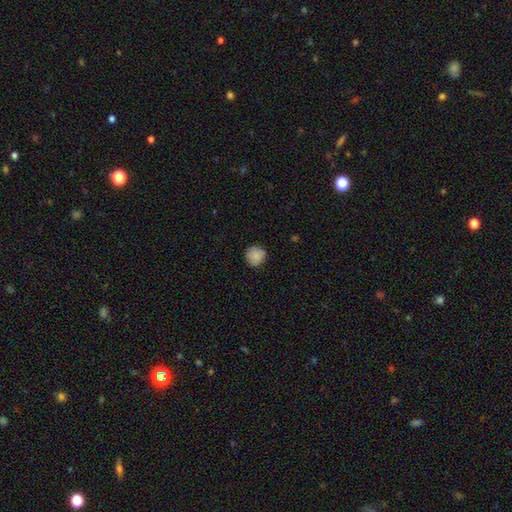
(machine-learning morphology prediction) type=smooth (85%); roundness=round (92%); merging=none (83%).